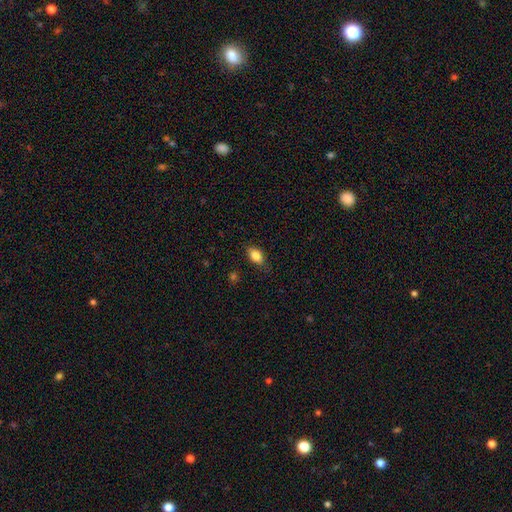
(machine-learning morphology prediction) smooth 85%, star or artifact 8%, featured or disk 7%. Down the decision tree: how rounded — in between (87%); merging — none (78%).